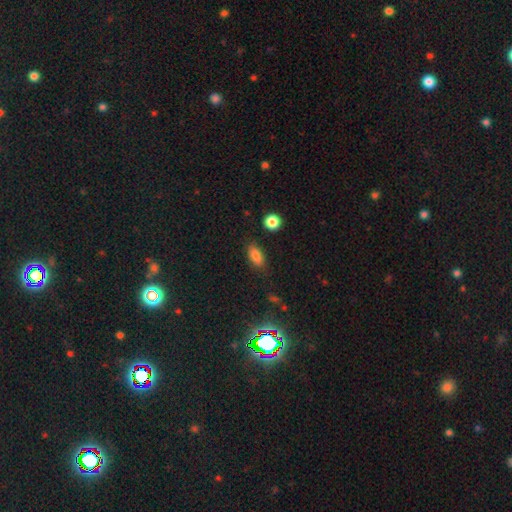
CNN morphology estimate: smooth_or_featured: smooth (p=0.83) [alt: star or artifact p=0.11]
how_rounded: in between (p=0.86) [alt: cigar-shaped p=0.08]
merging: none (p=0.81) [alt: minor disturbance p=0.13]